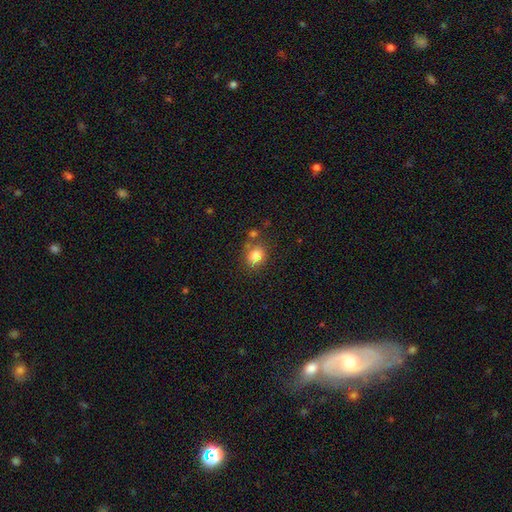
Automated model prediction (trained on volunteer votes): The model was most divided on "how rounded": round: 60%, in between: 38%, cigar-shaped: 1%. More confident: smooth or featured — smooth (80%); merging — none (62%).